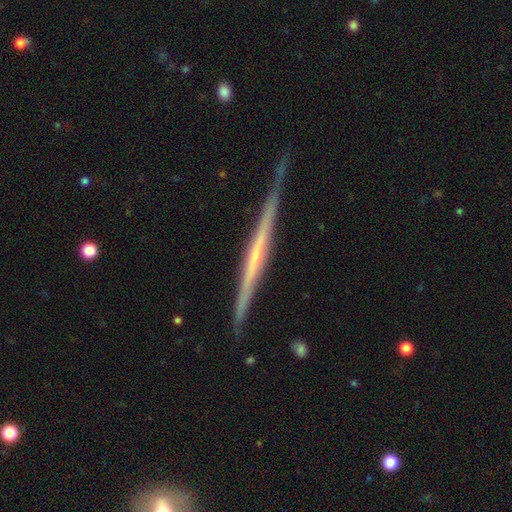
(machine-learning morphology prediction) The model was most divided on "edge-on bulge": none: 71%, rounded: 21%, boxy: 8%. More confident: edge-on disk — yes (98%); merging — none (82%); smooth or featured — featured or disk (78%).